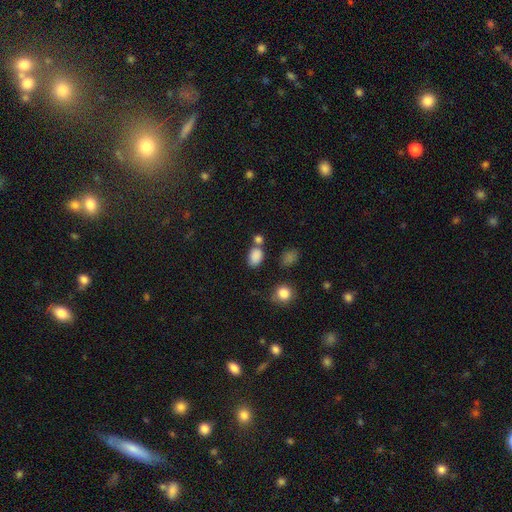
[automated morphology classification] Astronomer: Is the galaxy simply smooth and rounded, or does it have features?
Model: smooth — 84%.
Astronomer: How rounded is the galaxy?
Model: in between — 81%.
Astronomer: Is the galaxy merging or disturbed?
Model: none — 60%.